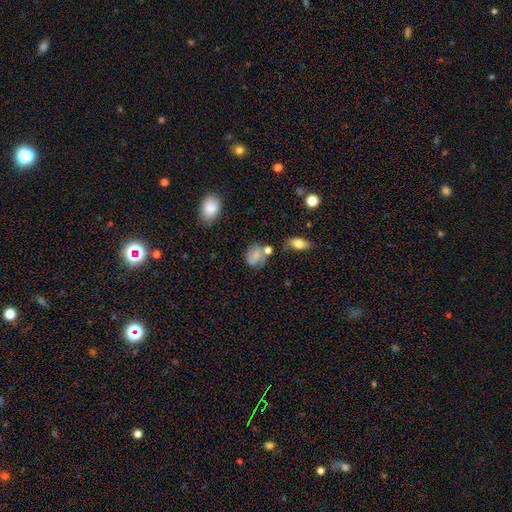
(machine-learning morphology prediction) This is likely a smooth galaxy (64%). How rounded: possibly in between (54%). Merging: possibly none (49%).